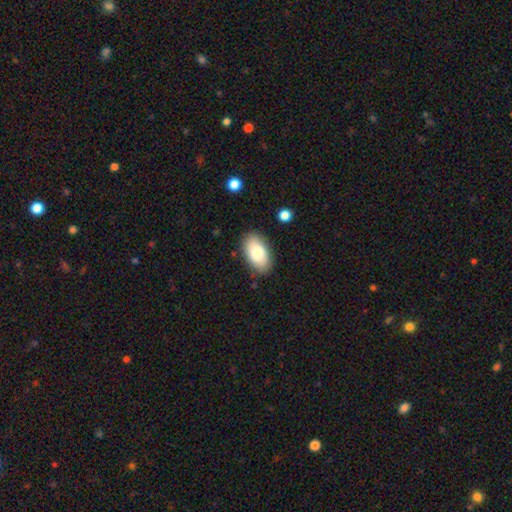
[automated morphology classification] Smooth or featured?
  - smooth: 81% *
  - featured or disk: 12%
  - star or artifact: 7%
How rounded?
  - in between: 94% *
  - round: 4%
  - cigar-shaped: 2%
Merging?
  - none: 85% *
  - minor disturbance: 11%
  - major disturbance: 3%
  - merger: 2%